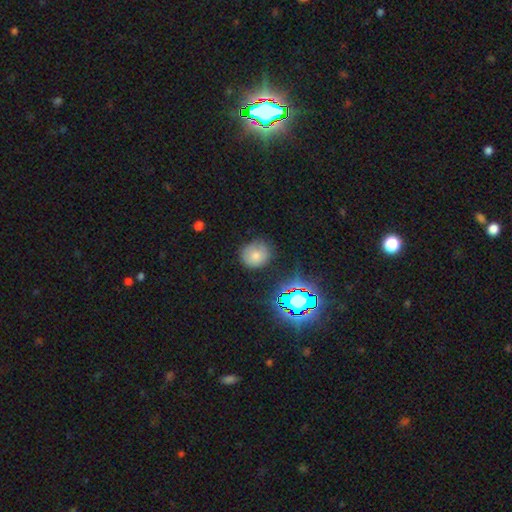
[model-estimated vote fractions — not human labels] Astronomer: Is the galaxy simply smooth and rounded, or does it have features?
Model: smooth — 72%.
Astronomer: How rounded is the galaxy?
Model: round — 80%.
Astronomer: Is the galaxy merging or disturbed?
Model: none — 76%.